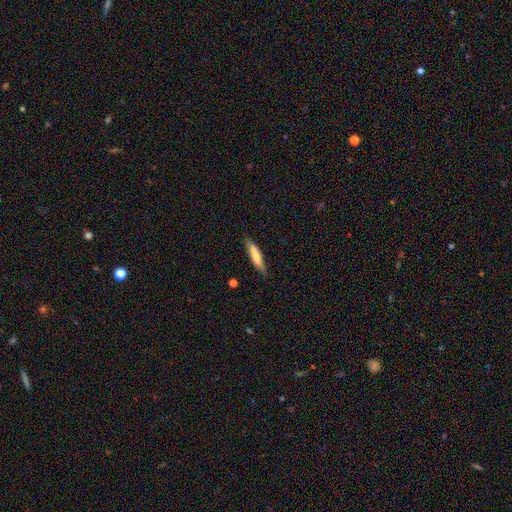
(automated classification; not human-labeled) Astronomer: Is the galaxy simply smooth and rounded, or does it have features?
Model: smooth — 69%.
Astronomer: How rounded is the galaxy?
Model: cigar-shaped — 86%.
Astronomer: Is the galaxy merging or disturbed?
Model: none — 82%.